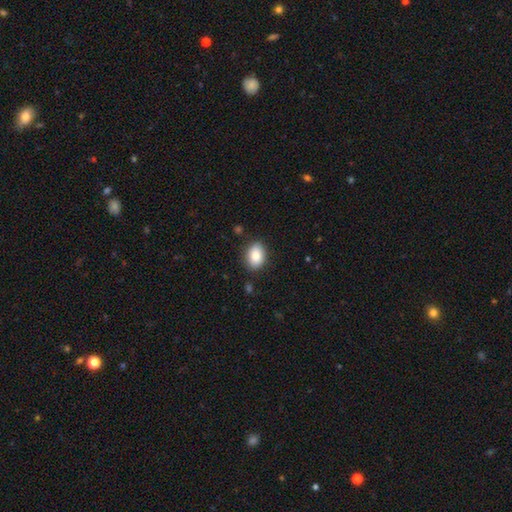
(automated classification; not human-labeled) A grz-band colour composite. It shows a smooth galaxy with no disk features (87%) that is in between round and cigar-shaped (80%). Merging: none (85%).